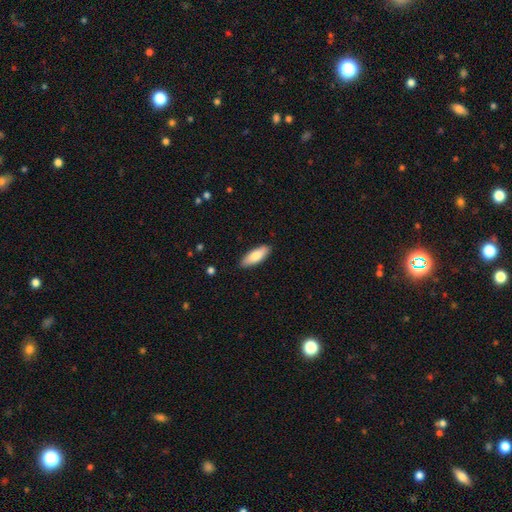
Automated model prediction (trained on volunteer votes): This appears to be a smooth galaxy with no disk features (82%) that is in between round and cigar-shaped (66%). Merging: none (88%).